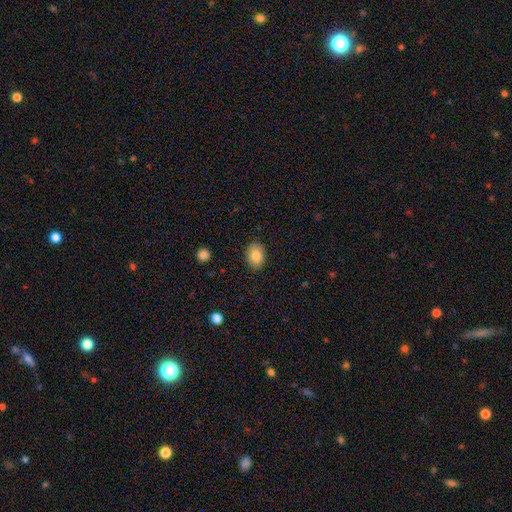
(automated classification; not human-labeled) smooth-or-featured: smooth: 83% | featured or disk: 9% | star or artifact: 8%
  how-rounded: in between: 74% | round: 25% | cigar-shaped: 1%
  merging: none: 87% | minor disturbance: 10% | major disturbance: 2% | merger: 1%